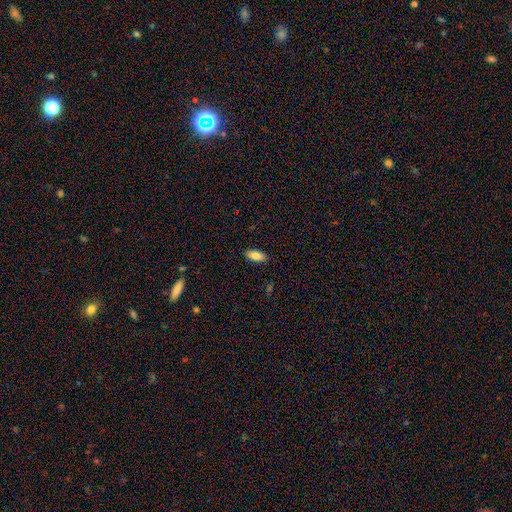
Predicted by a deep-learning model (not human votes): Morphology: type=smooth (84%); roundness=in between (84%); merging=none (88%).